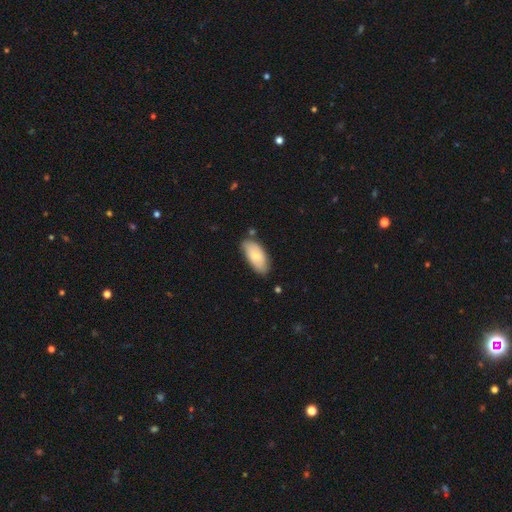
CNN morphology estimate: smooth-or-featured: smooth: 70% | featured or disk: 24% | star or artifact: 6%
  how-rounded: in between: 91% | cigar-shaped: 7% | round: 2%
  merging: none: 71% | minor disturbance: 22% | major disturbance: 4% | merger: 3%